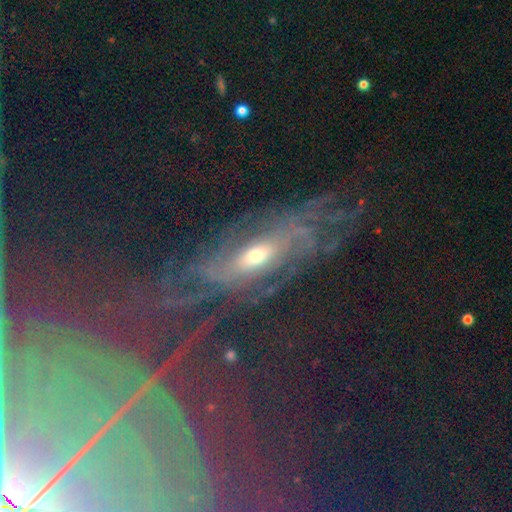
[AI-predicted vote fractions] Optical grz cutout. It shows a featured or disk galaxy (63%). Merging: none (69%).